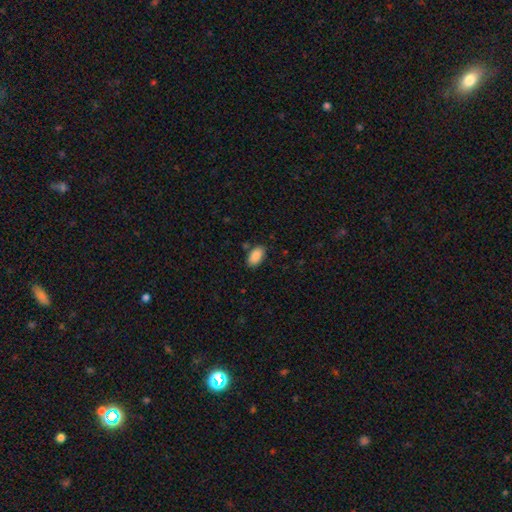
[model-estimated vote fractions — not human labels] Smooth or featured? smooth (90%)
How rounded? in between (94%)
Merging? none (81%)